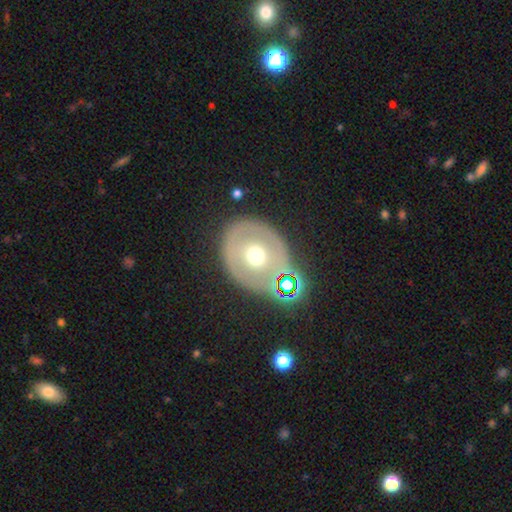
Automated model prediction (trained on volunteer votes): This is possibly a featured or disk galaxy (49%). Merging: likely none (68%).